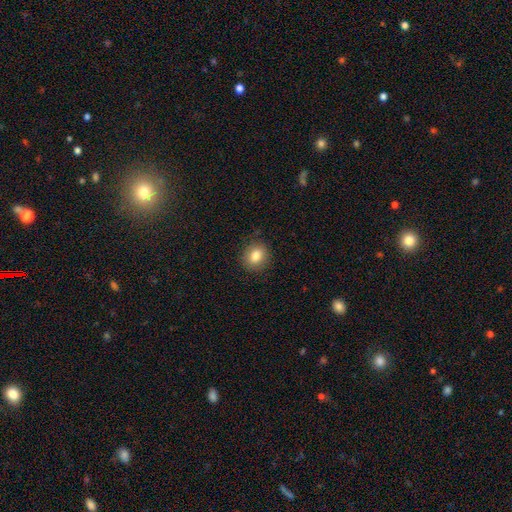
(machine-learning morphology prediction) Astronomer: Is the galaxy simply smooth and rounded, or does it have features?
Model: smooth — 83%.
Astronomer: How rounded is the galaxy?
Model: round — 74%.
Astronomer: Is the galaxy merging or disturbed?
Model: none — 88%.